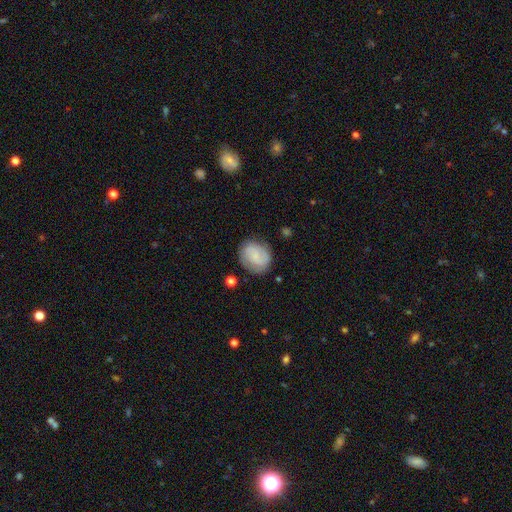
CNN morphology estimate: This appears to be a smooth galaxy with no disk features (55%) that is round (64%). Merging: none (74%).